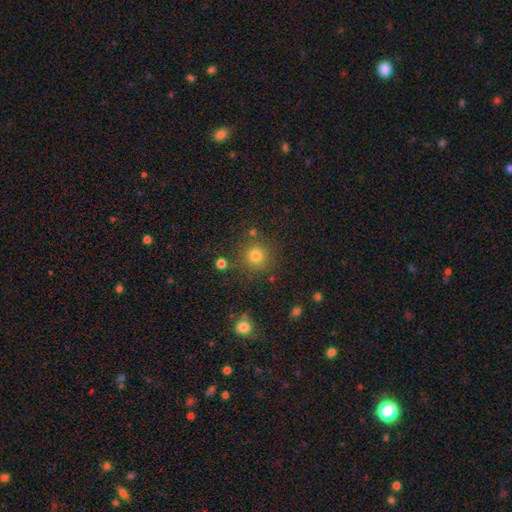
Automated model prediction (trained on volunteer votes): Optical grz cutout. It shows a smooth galaxy with no disk features (77%) that is round (93%). Merging: none (81%).